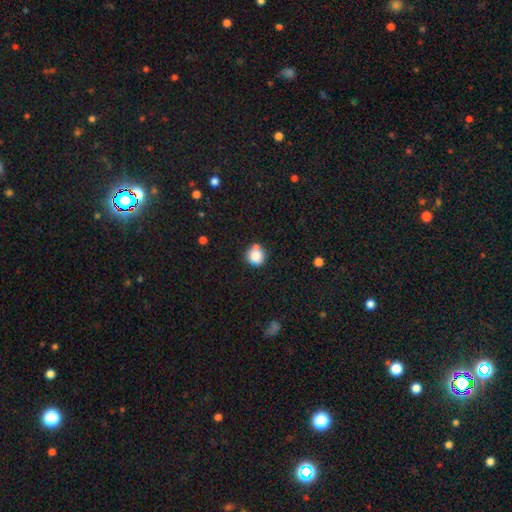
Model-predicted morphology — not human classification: A smooth galaxy with no disk features (83%) that is round (90%). Merging: none (68%).